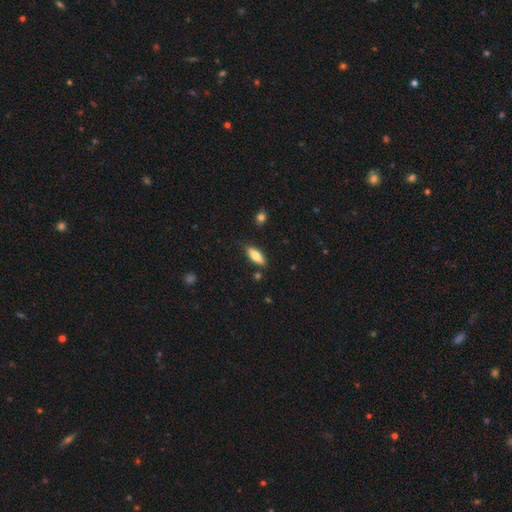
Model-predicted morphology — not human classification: type=smooth (76%); roundness=in between (61%); merging=none (80%).